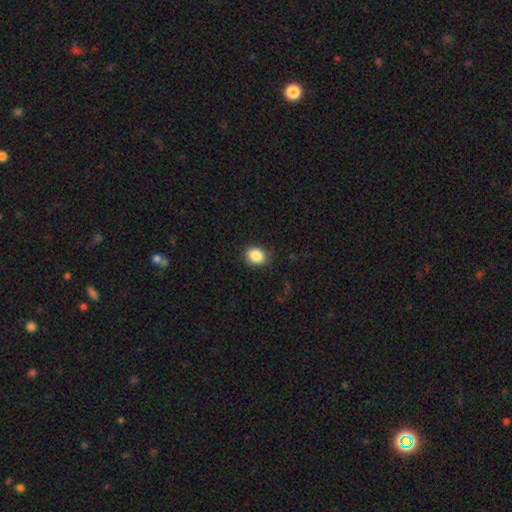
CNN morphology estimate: smooth 87%, star or artifact 9%, featured or disk 4%. Down the decision tree: how rounded — round (63%); merging — none (86%).